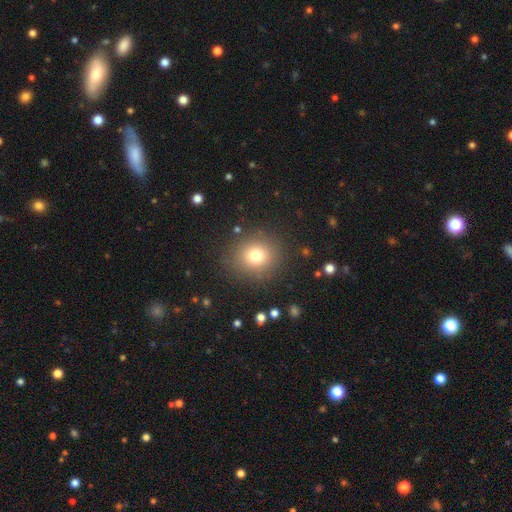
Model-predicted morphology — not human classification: A smooth galaxy with no disk features (76%) that is round (83%).

Vote fractions:
- Smooth or featured? smooth: 76% / star or artifact: 14% / featured or disk: 10%
- How rounded? round: 83% / in between: 16% / cigar-shaped: 1%
- Merging? none: 86% / minor disturbance: 9% / major disturbance: 4% / merger: 2%